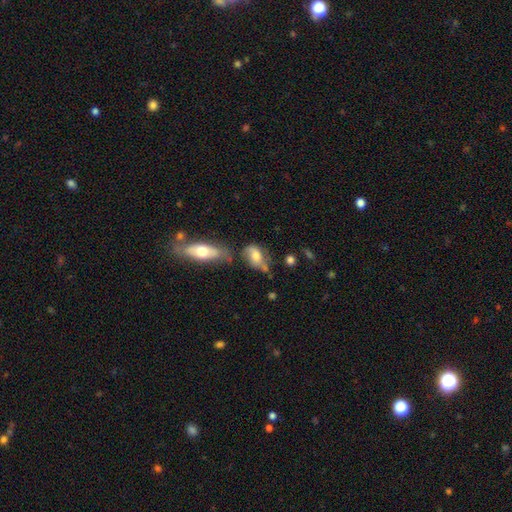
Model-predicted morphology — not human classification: smooth 59%, featured or disk 33%, star or artifact 8%. Down the decision tree: how rounded — in between (83%); merging — none (43%).